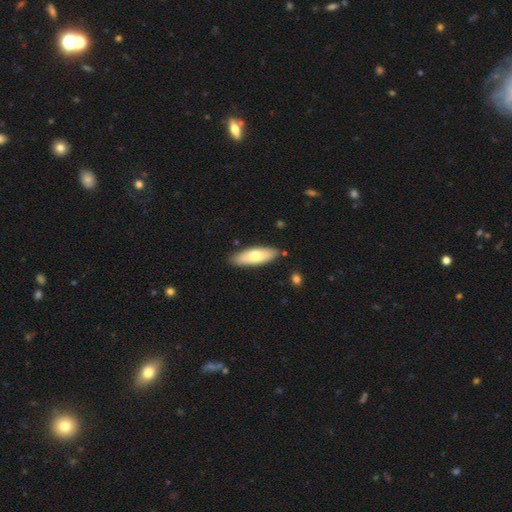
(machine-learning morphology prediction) The model was most divided on "how rounded": in between: 65%, cigar-shaped: 33%, round: 2%. More confident: merging — none (85%); smooth or featured — smooth (66%).